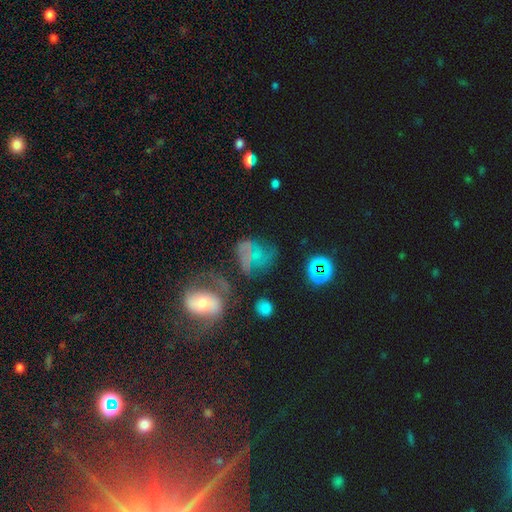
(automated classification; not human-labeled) Smooth or featured? Predicted: featured or disk (p=0.39). Merging? Predicted: none (p=0.38).